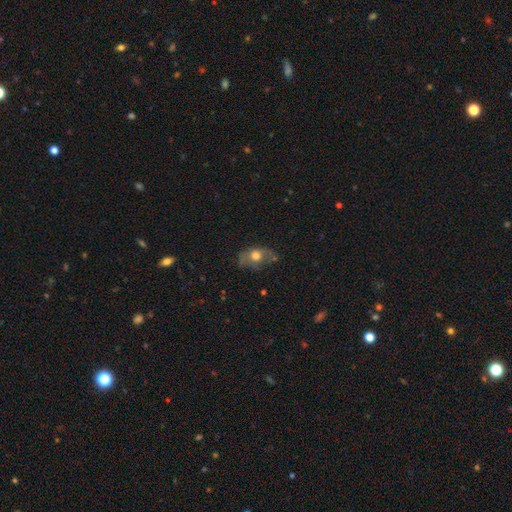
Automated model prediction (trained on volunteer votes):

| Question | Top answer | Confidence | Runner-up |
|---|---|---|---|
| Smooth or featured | smooth | 58% | featured or disk (32%) |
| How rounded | in between | 75% | round (23%) |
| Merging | none | 50% | minor disturbance (31%) |